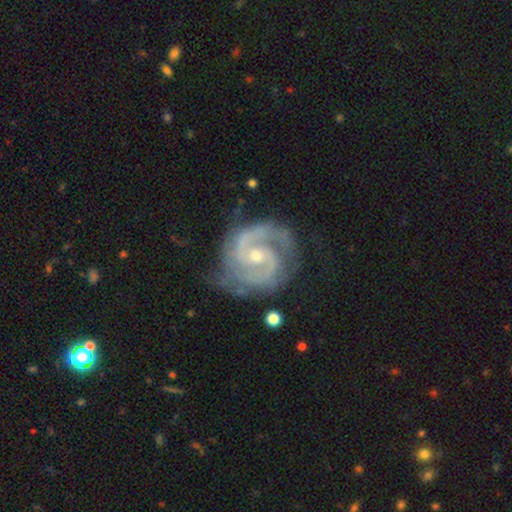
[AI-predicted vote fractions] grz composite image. It shows a featured or disk galaxy (93%) with no bar (49%), 2 (84%) tight (48%) spiral arms (98%) and a moderate central bulge (51%). Merging: none (72%).